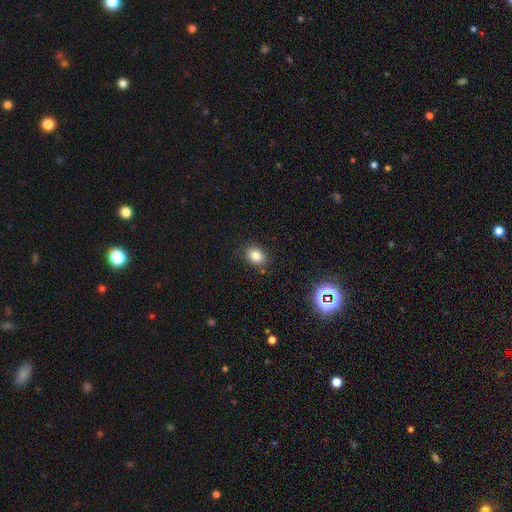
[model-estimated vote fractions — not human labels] smooth 81%, star or artifact 12%, featured or disk 7%. Down the decision tree: how rounded — in between (58%); merging — none (84%).